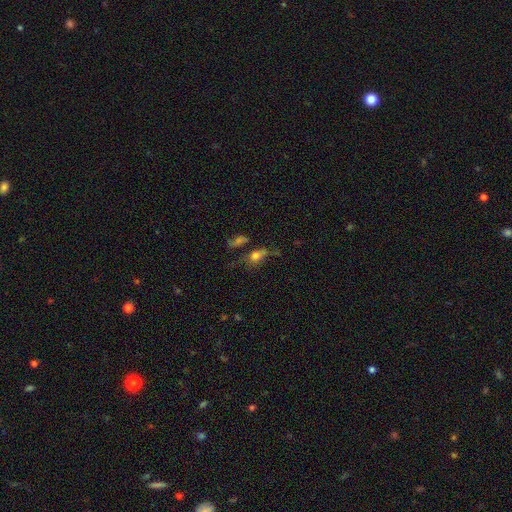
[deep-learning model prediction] Smooth or featured? smooth (60%)
How rounded? in between (68%)
Merging? none (45%)